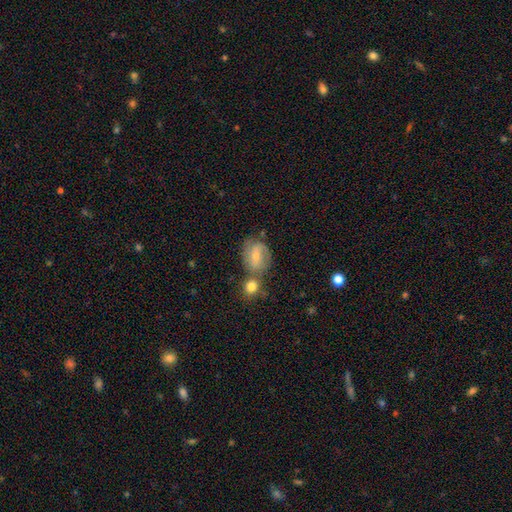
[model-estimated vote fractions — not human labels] Overall: smooth (57%; featured or disk 34%). How rounded: in between (51%; round 47%). Merging: none (43%; merger 34%).